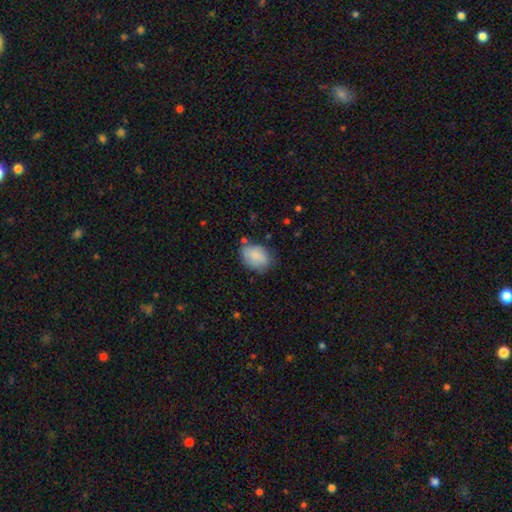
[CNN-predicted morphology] Smooth or featured: smooth — 85% (featured or disk — 8%)
How rounded: in between — 78% (round — 21%)
Merging: none — 64% (minor disturbance — 25%)